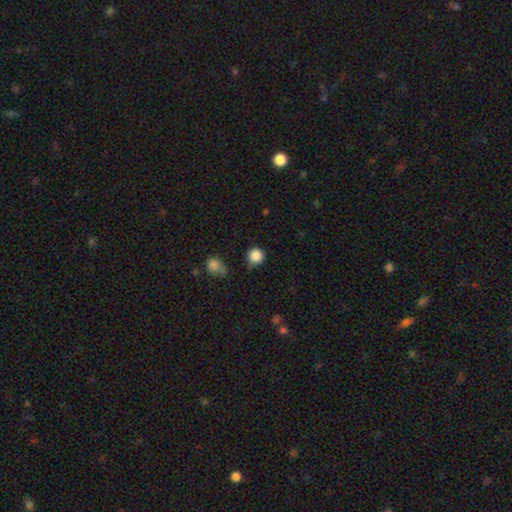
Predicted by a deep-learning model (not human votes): The model was most divided on "merging": none: 69%, minor disturbance: 21%, major disturbance: 6%, merger: 4%. More confident: how rounded — round (93%); smooth or featured — smooth (86%).